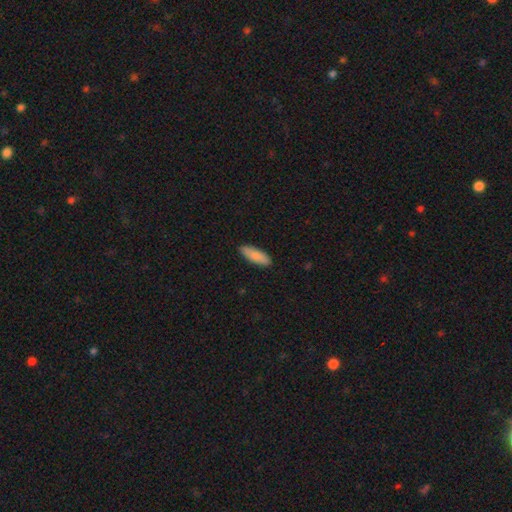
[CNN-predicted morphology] smooth-or-featured: smooth: 86% | featured or disk: 8% | star or artifact: 5%
  how-rounded: in between: 60% | cigar-shaped: 38% | round: 2%
  merging: none: 89% | minor disturbance: 9% | major disturbance: 2% | merger: 1%